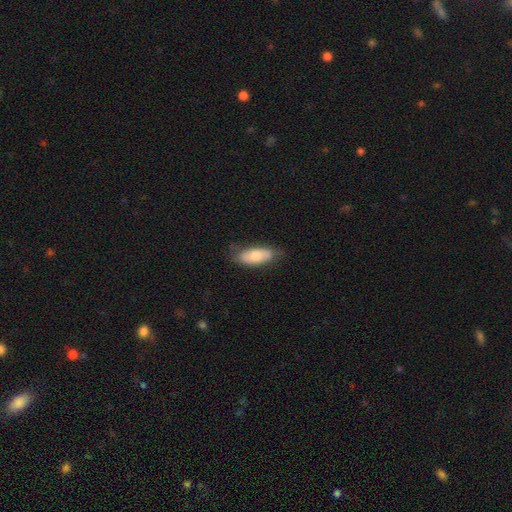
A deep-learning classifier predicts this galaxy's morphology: The model was most divided on "smooth or featured": smooth: 68%, featured or disk: 26%, star or artifact: 6%. More confident: how rounded — in between (84%); merging — none (71%).